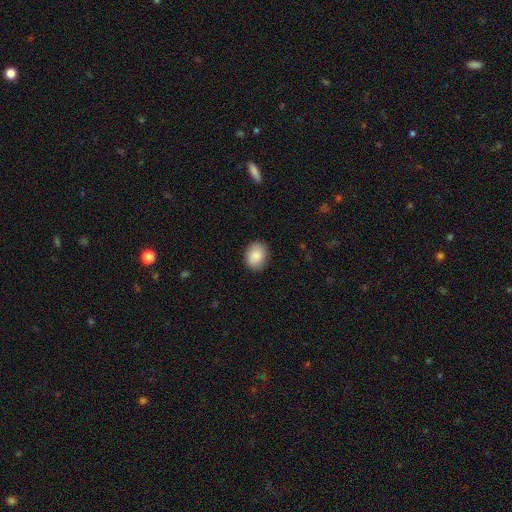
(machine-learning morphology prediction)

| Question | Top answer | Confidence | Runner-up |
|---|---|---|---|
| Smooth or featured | smooth | 88% | star or artifact (7%) |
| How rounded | in between | 53% | round (46%) |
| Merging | none | 88% | minor disturbance (9%) |